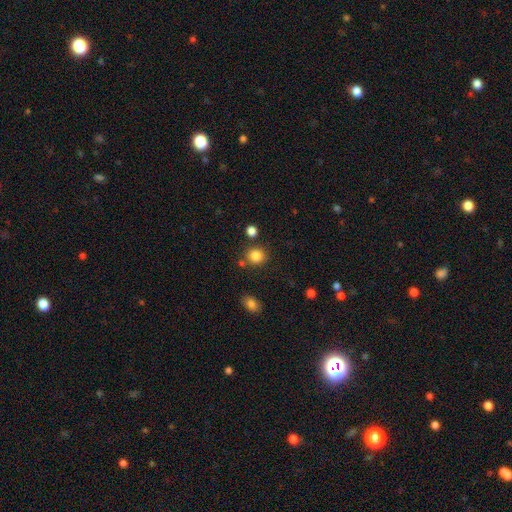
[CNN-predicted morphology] type=smooth (85%); roundness=round (85%); merging=none (81%).